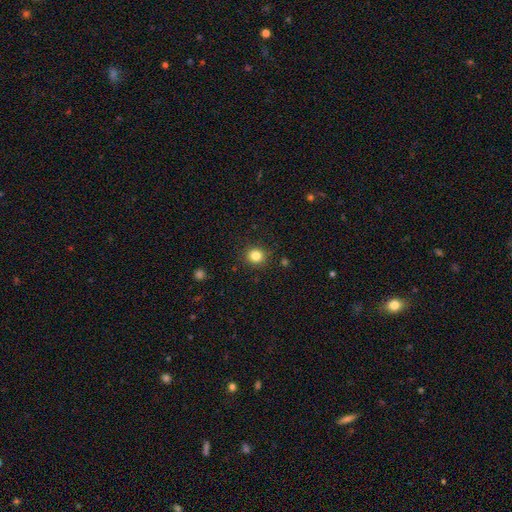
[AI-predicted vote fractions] Smooth or featured: smooth — 83% (star or artifact — 12%)
How rounded: round — 88% (in between — 12%)
Merging: none — 90% (minor disturbance — 7%)